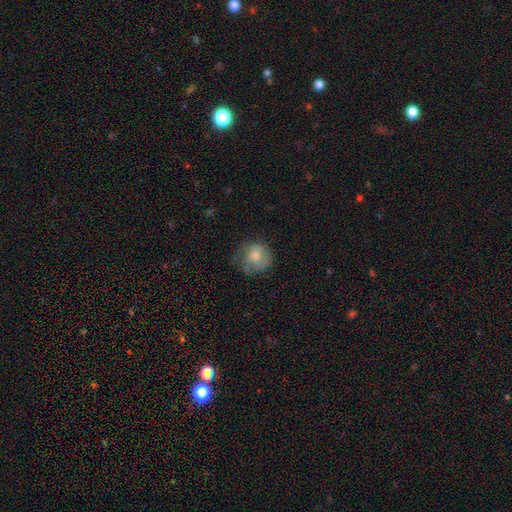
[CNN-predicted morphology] Overall: smooth (68%). How rounded: round (81%). Merging: none (49%; minor disturbance 29%).